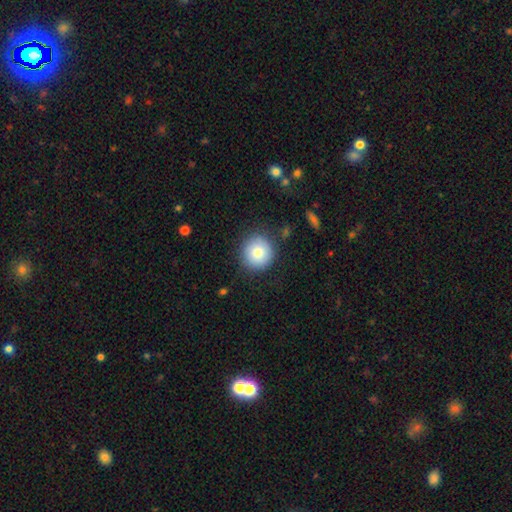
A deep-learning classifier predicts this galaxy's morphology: This appears to be a smooth galaxy with no disk features (79%) that is round (94%). Merging: none (86%).